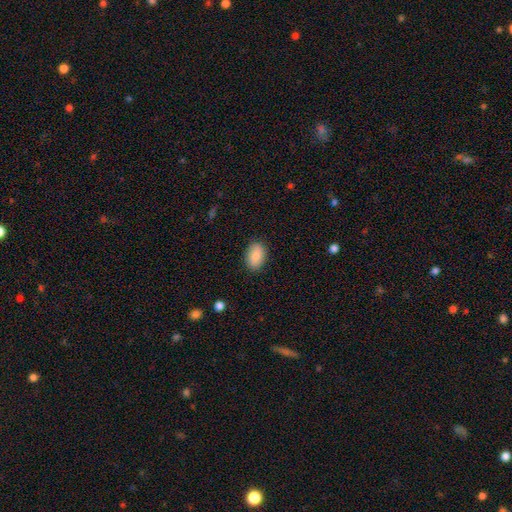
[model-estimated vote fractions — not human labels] smooth-or-featured: smooth: 87% | star or artifact: 7% | featured or disk: 6%
  how-rounded: in between: 90% | round: 9% | cigar-shaped: 2%
  merging: none: 86% | minor disturbance: 10% | major disturbance: 3% | merger: 1%